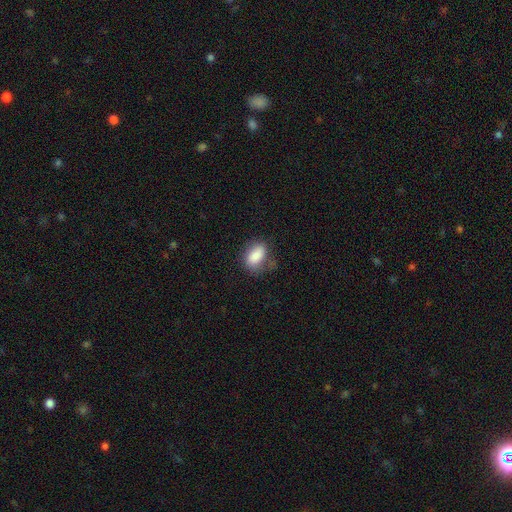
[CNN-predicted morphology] A smooth galaxy with no disk features (85%) that is in between round and cigar-shaped (88%). Merging: none (59%).